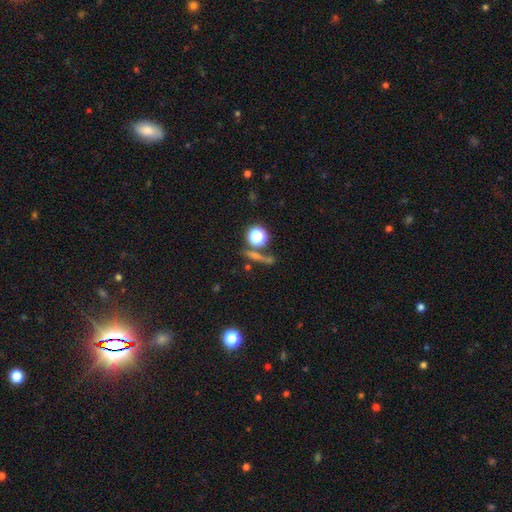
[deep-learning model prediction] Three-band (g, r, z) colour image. It shows a smooth galaxy with no disk features (39%). Merging: none (73%).